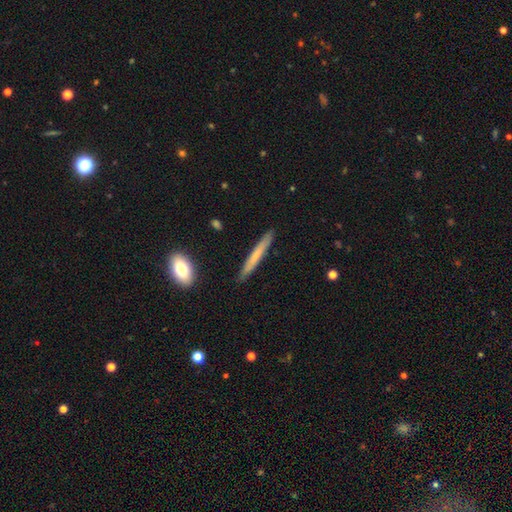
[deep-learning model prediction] A smooth galaxy with no disk features (62%) that is cigar-shaped (96%). Merging: none (90%).